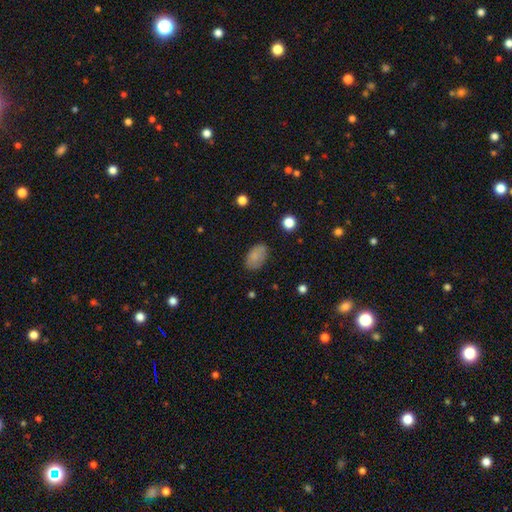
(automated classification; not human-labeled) smooth-or-featured: smooth: 82% | featured or disk: 10% | star or artifact: 8%
  how-rounded: in between: 91% | round: 7% | cigar-shaped: 1%
  merging: none: 80% | minor disturbance: 15% | major disturbance: 4% | merger: 1%